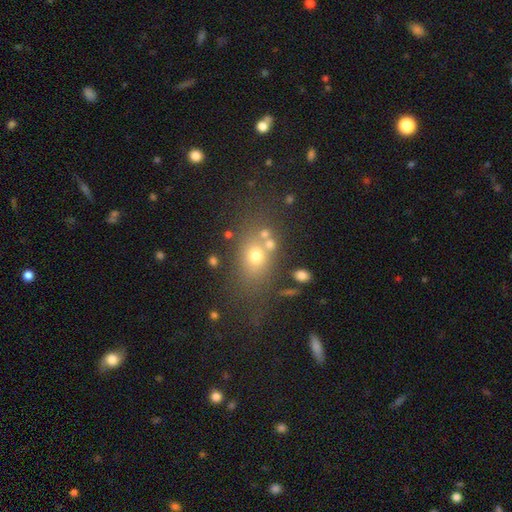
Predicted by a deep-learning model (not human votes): Smooth or featured?
  - smooth: 63% *
  - featured or disk: 19%
  - star or artifact: 18%
How rounded?
  - in between: 57% *
  - round: 40%
  - cigar-shaped: 3%
Merging?
  - none: 61% *
  - merger: 16%
  - minor disturbance: 15%
  - major disturbance: 9%